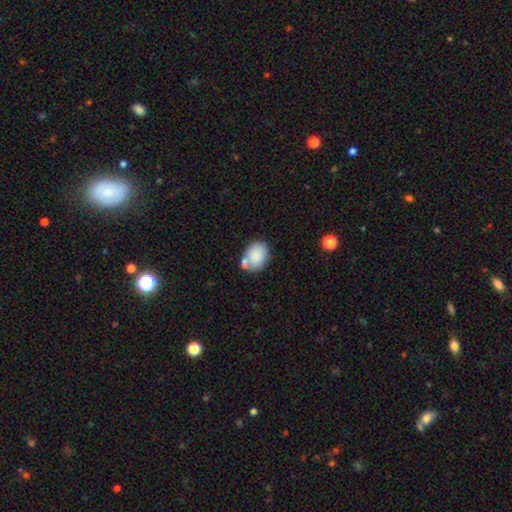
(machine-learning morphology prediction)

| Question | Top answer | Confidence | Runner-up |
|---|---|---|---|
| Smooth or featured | smooth | 84% | featured or disk (8%) |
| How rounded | in between | 65% | round (34%) |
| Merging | none | 59% | merger (19%) |